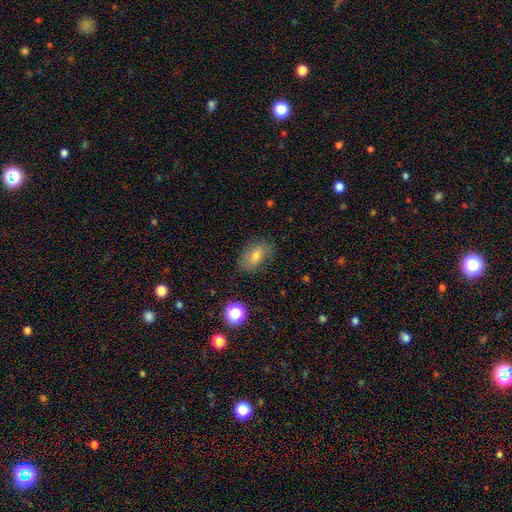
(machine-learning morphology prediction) This appears to be a smooth galaxy with no disk features (60%) that is in between round and cigar-shaped (84%). Merging: none (77%).